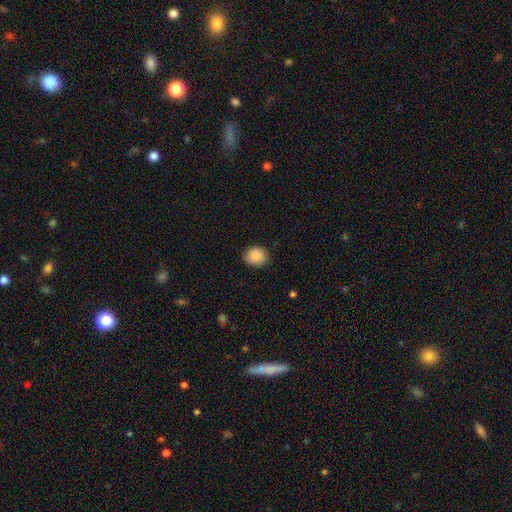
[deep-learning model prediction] smooth 84%, star or artifact 8%, featured or disk 8%. Down the decision tree: how rounded — round (74%); merging — none (84%).